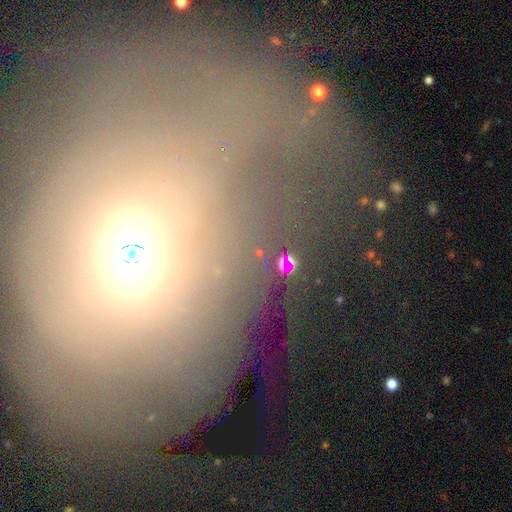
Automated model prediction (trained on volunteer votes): Overall: smooth (42%; star or artifact 32%). Merging: none (38%; major disturbance 35%).